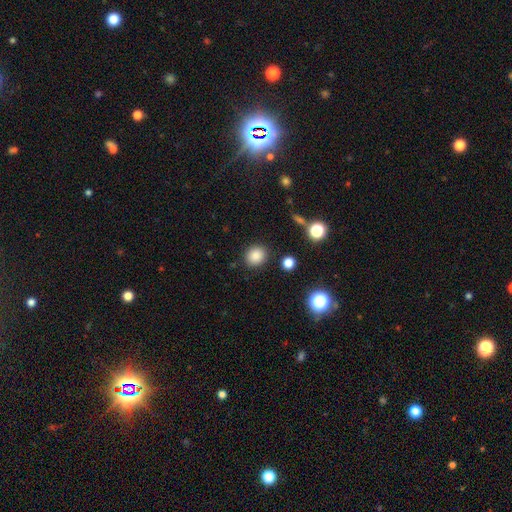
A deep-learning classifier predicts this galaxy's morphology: Smooth or featured? Predicted: smooth (p=0.85). How rounded? Predicted: round (p=0.73). Merging? Predicted: none (p=0.87).